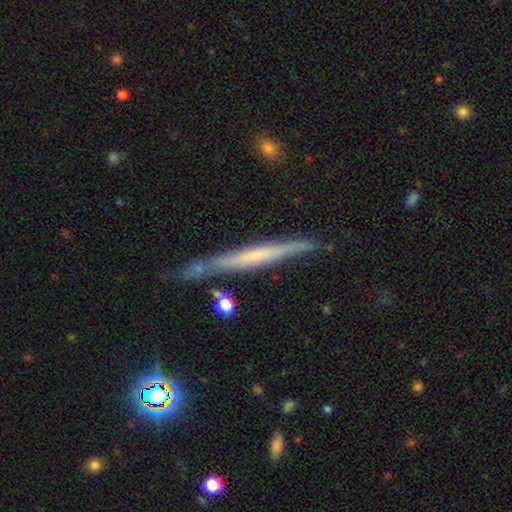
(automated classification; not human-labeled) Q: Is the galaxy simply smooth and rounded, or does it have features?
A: featured or disk — 60%.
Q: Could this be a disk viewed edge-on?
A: yes — 95%.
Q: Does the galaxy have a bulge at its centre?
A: none — 69%.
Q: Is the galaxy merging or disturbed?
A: none — 76%.